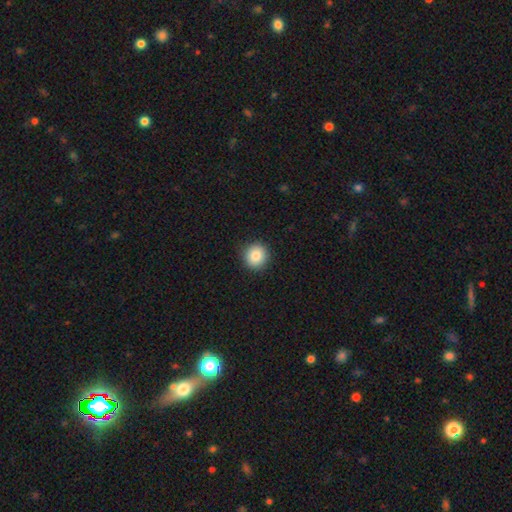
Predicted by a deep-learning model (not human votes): Smooth or featured?
  - smooth: 85% *
  - star or artifact: 9%
  - featured or disk: 5%
How rounded?
  - round: 93% *
  - in between: 6%
  - cigar-shaped: 1%
Merging?
  - none: 91% *
  - minor disturbance: 6%
  - major disturbance: 2%
  - merger: 1%